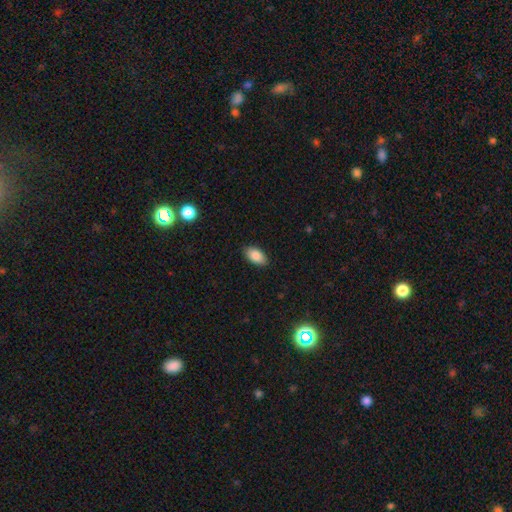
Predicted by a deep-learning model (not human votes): Smooth or featured? smooth (88%)
How rounded? in between (94%)
Merging? none (87%)